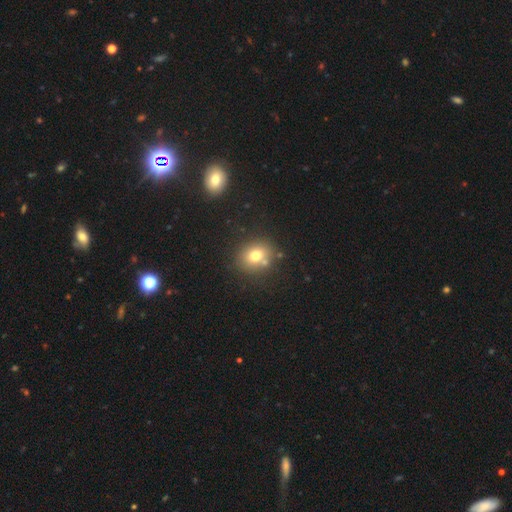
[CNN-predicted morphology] Smooth or featured? smooth (74%)
How rounded? round (66%)
Merging? none (74%)